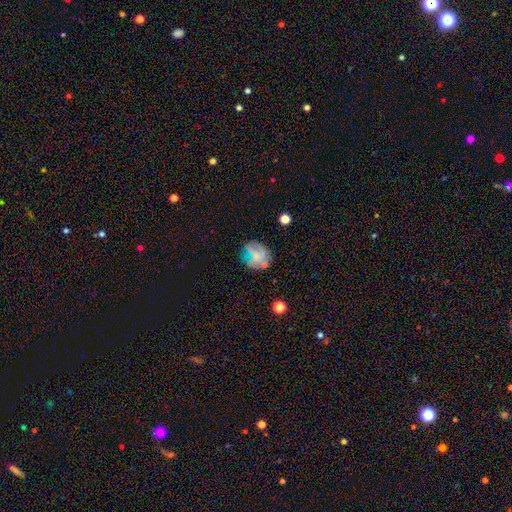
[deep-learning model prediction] Smooth or featured: smooth — 51% (featured or disk — 36%)
How rounded: round — 68% (in between — 30%)
Merging: none — 53% (minor disturbance — 23%)